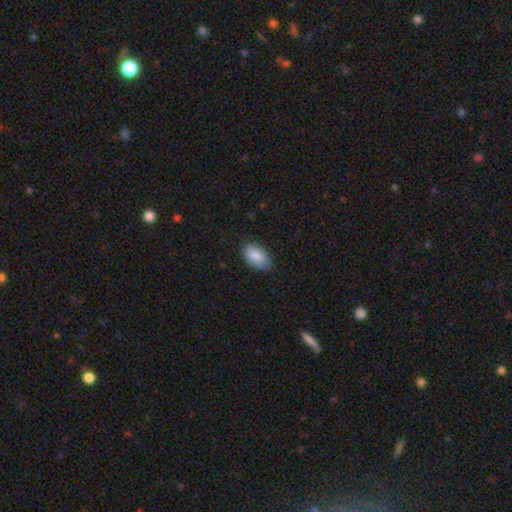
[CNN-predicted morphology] Q: Smooth or featured?
A: smooth (88%); runner-up: star or artifact (6%)
Q: How rounded?
A: in between (93%); runner-up: round (5%)
Q: Merging?
A: none (81%); runner-up: minor disturbance (15%)